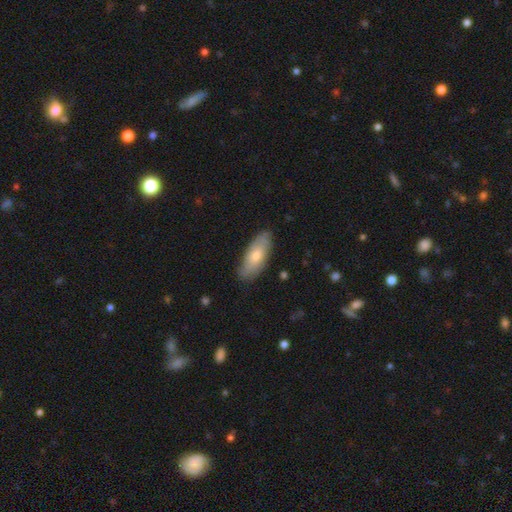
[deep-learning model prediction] This appears to be a smooth galaxy with no disk features (65%) that is in between round and cigar-shaped (77%). Merging: none (82%).